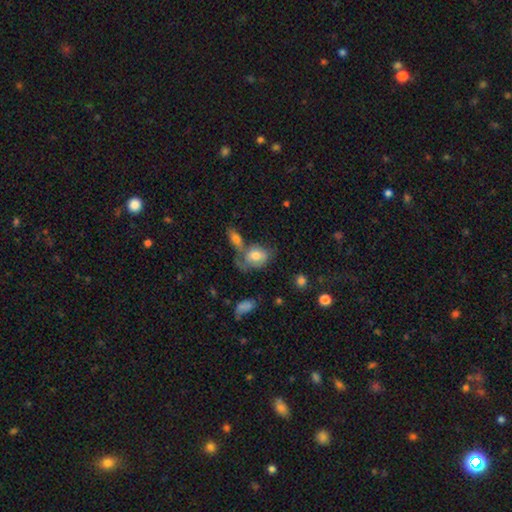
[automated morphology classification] Smooth or featured: smooth — 65% (featured or disk — 27%)
How rounded: in between — 67% (round — 31%)
Merging: merger — 39% (none — 28%)